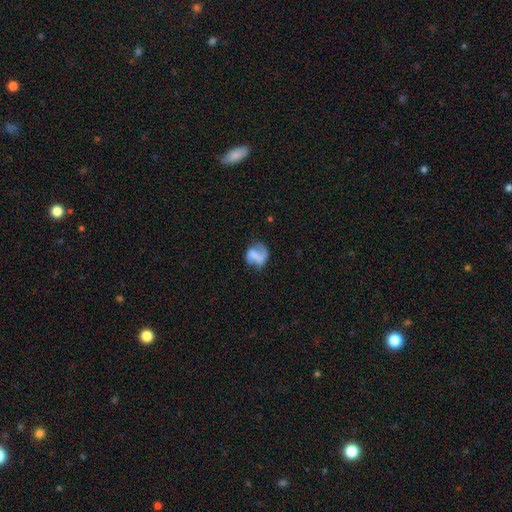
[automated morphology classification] type=featured or disk (48%); merging=none (51%).